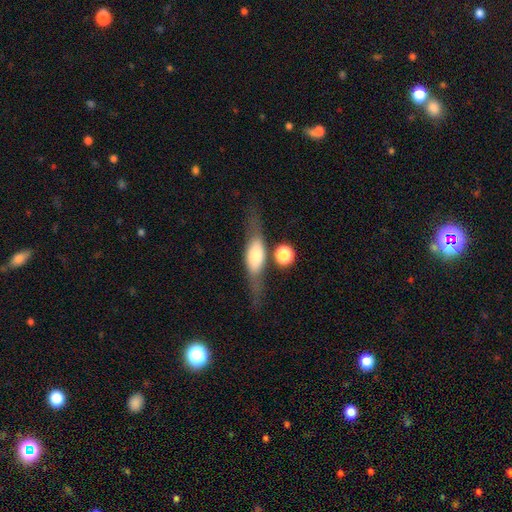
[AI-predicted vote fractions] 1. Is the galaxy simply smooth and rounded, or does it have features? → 52% featured or disk, 41% smooth, 7% star or artifact.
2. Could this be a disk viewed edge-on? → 82% yes, 18% no.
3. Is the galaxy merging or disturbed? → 64% none, 18% minor disturbance, 9% major disturbance, 8% merger.